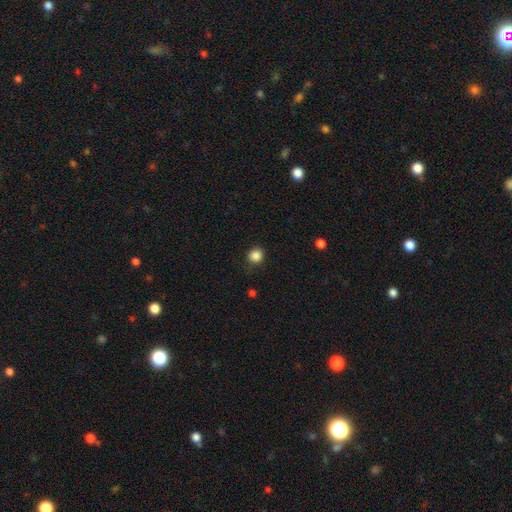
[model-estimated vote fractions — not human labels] smooth-or-featured: smooth: 86% | star or artifact: 11% | featured or disk: 3%
  how-rounded: round: 90% | in between: 9% | cigar-shaped: 1%
  merging: none: 84% | minor disturbance: 11% | major disturbance: 3% | merger: 1%